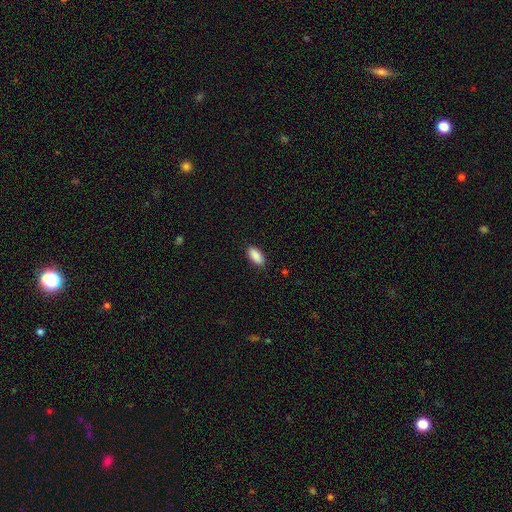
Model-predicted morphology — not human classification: This is clearly a smooth galaxy (90%). How rounded: clearly in between (91%). Merging: clearly none (88%).